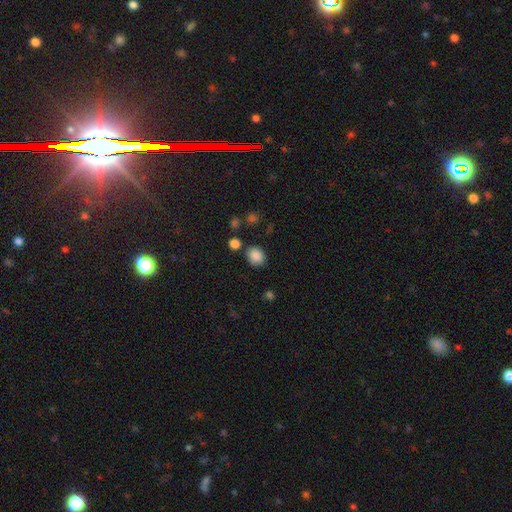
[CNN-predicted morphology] smooth 86%, star or artifact 10%, featured or disk 4%. Down the decision tree: how rounded — round (67%); merging — none (78%).